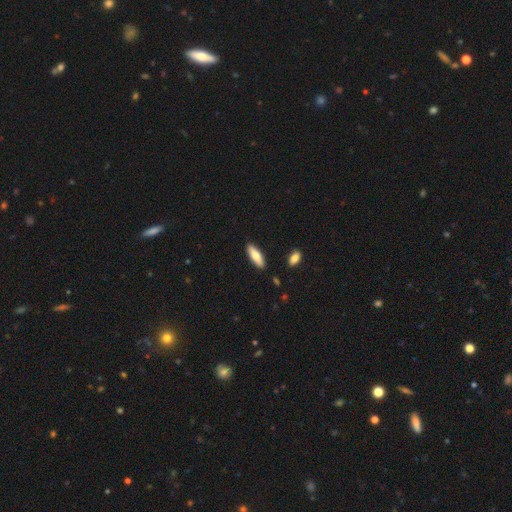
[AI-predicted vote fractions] Smooth or featured? Predicted: smooth (p=0.77). How rounded? Predicted: in between (p=0.53). Merging? Predicted: none (p=0.88).